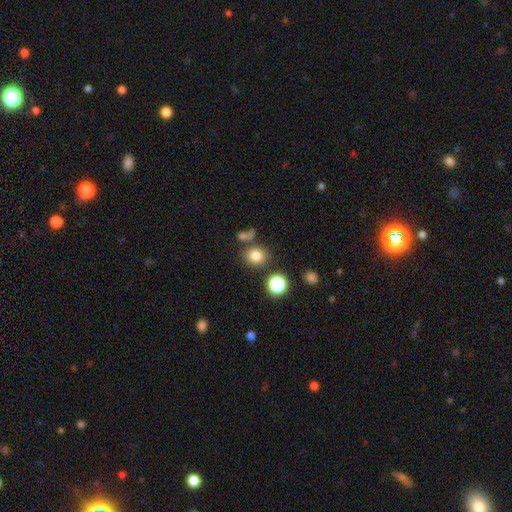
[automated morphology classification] This is likely a smooth galaxy (79%). How rounded: likely round (74%). Merging: likely none (71%).